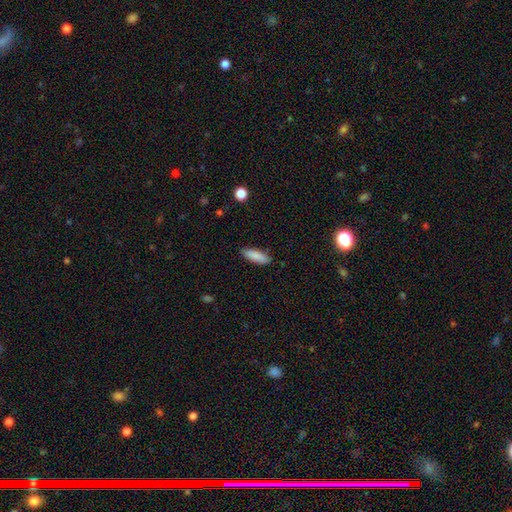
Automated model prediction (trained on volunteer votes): A smooth galaxy with no disk features (88%) that is in between round and cigar-shaped (57%).

Vote fractions:
- Smooth or featured? smooth: 88% / star or artifact: 6% / featured or disk: 6%
- How rounded? in between: 57% / cigar-shaped: 42% / round: 2%
- Merging? none: 86% / minor disturbance: 11% / major disturbance: 2% / merger: 1%